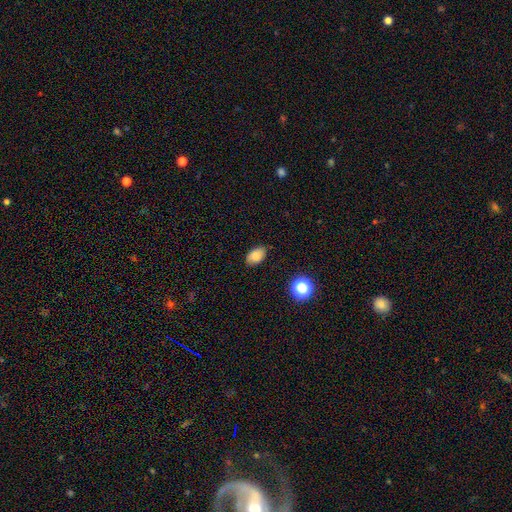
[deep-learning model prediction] The model was most divided on "merging": none: 83%, minor disturbance: 13%, major disturbance: 3%, merger: 1%. More confident: how rounded — in between (88%); smooth or featured — smooth (81%).